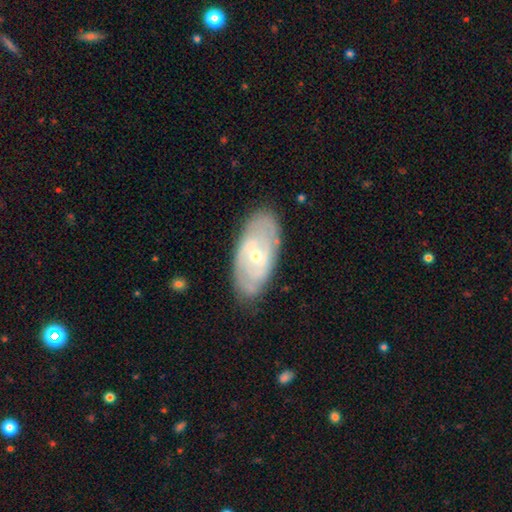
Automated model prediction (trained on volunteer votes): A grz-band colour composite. It shows a featured or disk galaxy (78%) with no bar (56%), 2 (45%) tight (62%) spiral arms (82%) and a small central bulge (61%). Merging: none (80%).